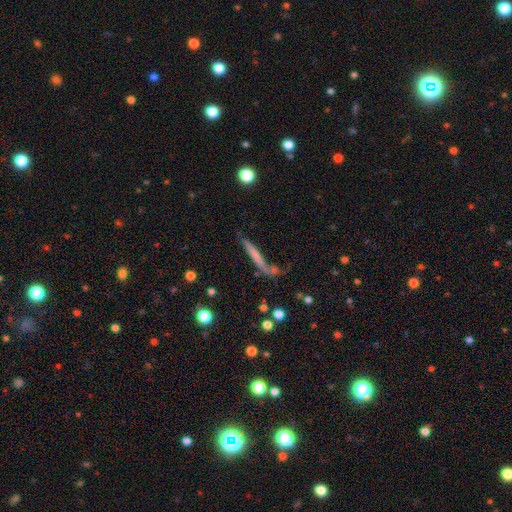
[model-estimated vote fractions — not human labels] smooth_or_featured: smooth (p=0.56) [alt: featured or disk p=0.36]
how_rounded: cigar-shaped (p=0.92) [alt: in between p=0.06]
merging: none (p=0.51) [alt: minor disturbance p=0.21]